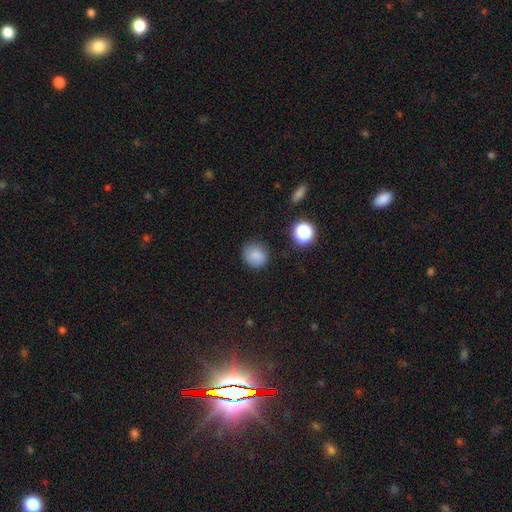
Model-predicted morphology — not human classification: smooth_or_featured: smooth (p=0.83) [alt: star or artifact p=0.12]
how_rounded: round (p=0.86) [alt: in between p=0.13]
merging: none (p=0.83) [alt: minor disturbance p=0.12]